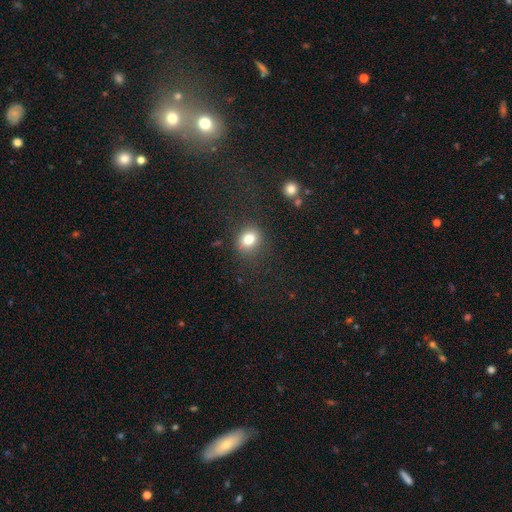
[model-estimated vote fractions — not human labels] Morphology: type=smooth (51%); roundness=round (76%); merging=none (69%).